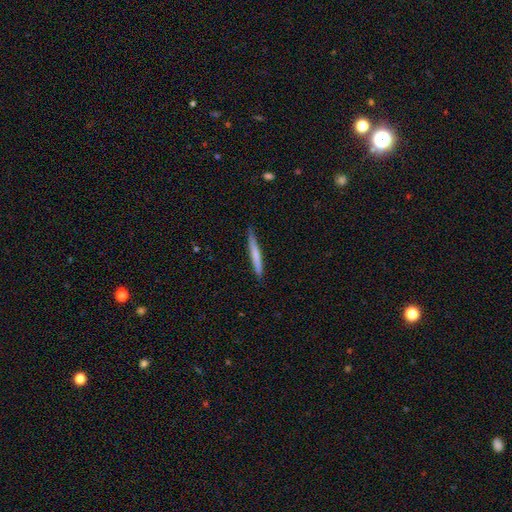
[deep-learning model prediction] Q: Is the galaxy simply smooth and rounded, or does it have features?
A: smooth — 62%.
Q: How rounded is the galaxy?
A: cigar-shaped — 96%.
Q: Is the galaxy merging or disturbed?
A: none — 86%.